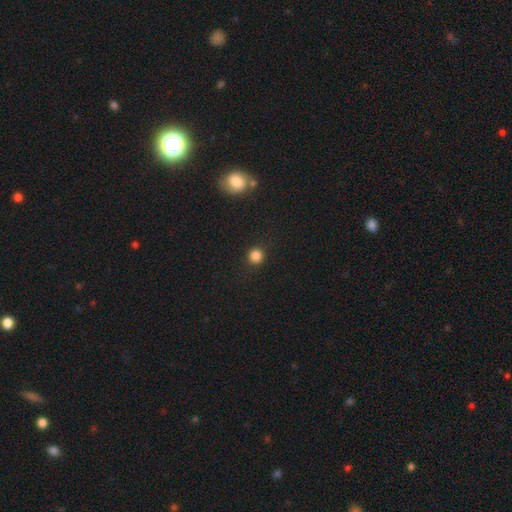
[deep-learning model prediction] A smooth galaxy with no disk features (84%) that is round (92%). Merging: none (90%).